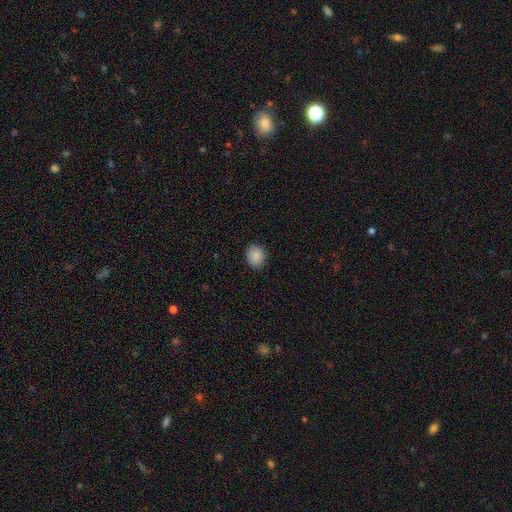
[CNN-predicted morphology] smooth 88%, star or artifact 8%, featured or disk 4%. Down the decision tree: how rounded — round (59%); merging — none (87%).